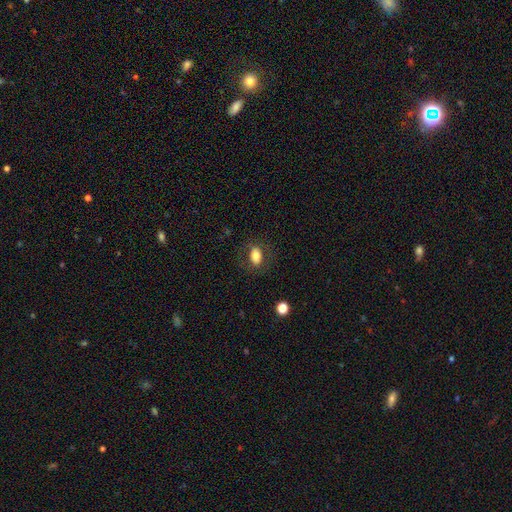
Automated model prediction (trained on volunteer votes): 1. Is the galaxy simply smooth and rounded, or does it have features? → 76% smooth, 15% featured or disk, 9% star or artifact.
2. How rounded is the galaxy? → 83% in between, 14% round, 2% cigar-shaped.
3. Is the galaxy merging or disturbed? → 79% none, 13% minor disturbance, 7% major disturbance, 1% merger.